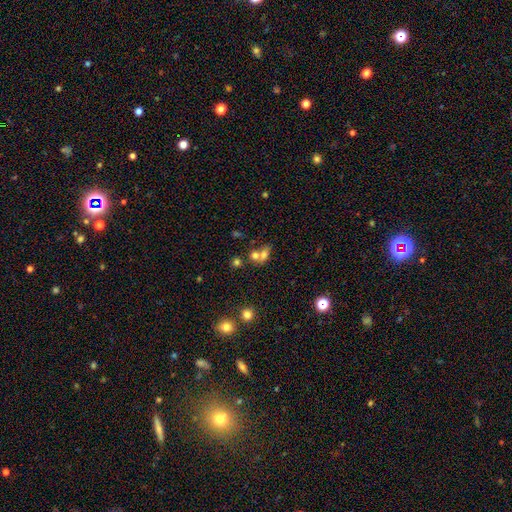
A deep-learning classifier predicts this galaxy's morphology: Smooth or featured? smooth (67%)
How rounded? round (62%)
Merging? merger (58%)